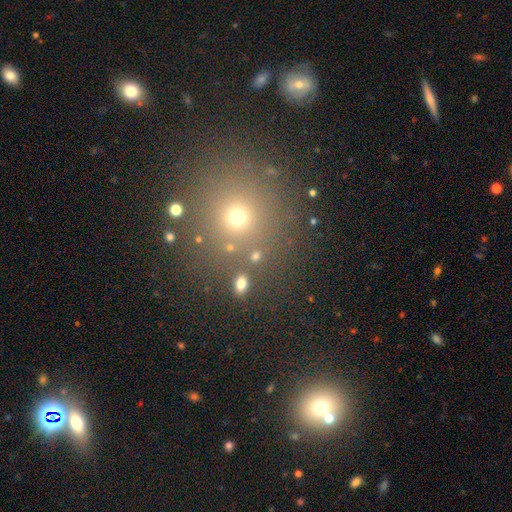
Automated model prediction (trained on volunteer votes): Morphology: type=smooth (63%); roundness=round (87%); merging=none (80%).